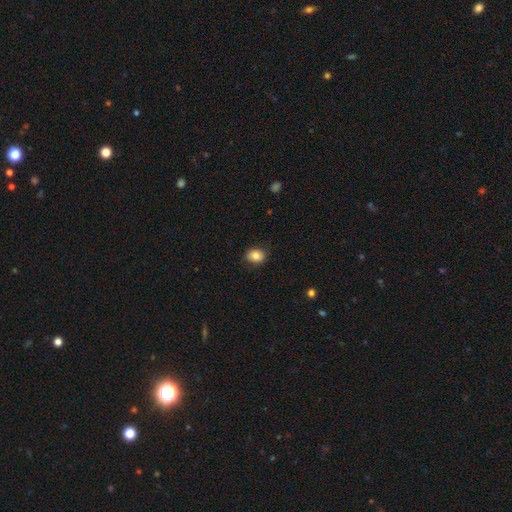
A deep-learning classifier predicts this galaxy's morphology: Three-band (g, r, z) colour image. It shows a smooth galaxy with no disk features (82%) that is in between round and cigar-shaped (52%). Merging: none (85%).